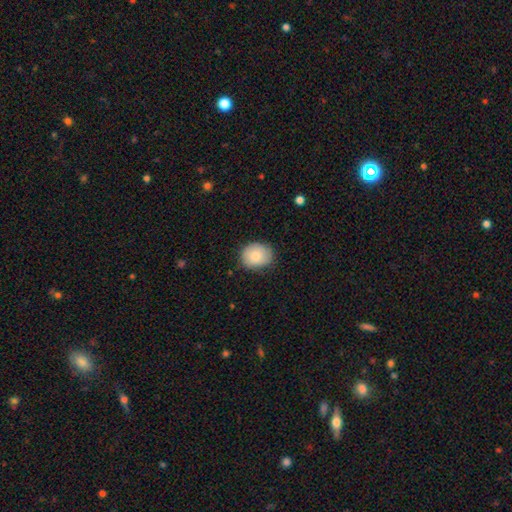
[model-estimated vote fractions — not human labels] smooth 82%, featured or disk 11%, star or artifact 7%. Down the decision tree: how rounded — round (61%); merging — none (79%).